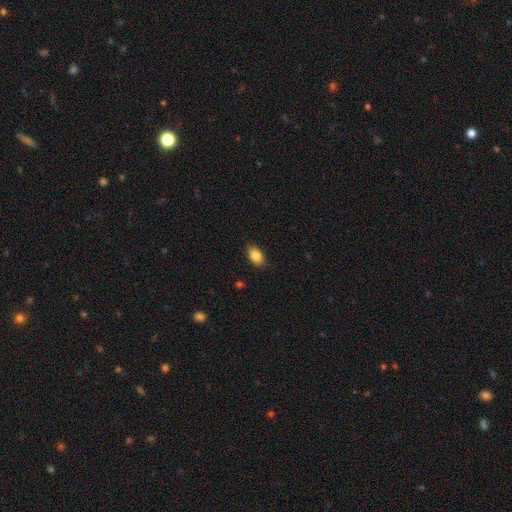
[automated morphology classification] Smooth or featured? Predicted: smooth (p=0.84). How rounded? Predicted: in between (p=0.88). Merging? Predicted: none (p=0.85).